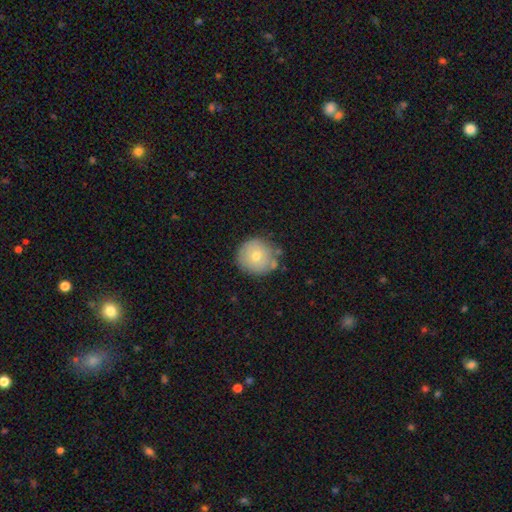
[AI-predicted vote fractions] smooth 70%, featured or disk 21%, star or artifact 8%. Down the decision tree: how rounded — round (92%); merging — none (76%).